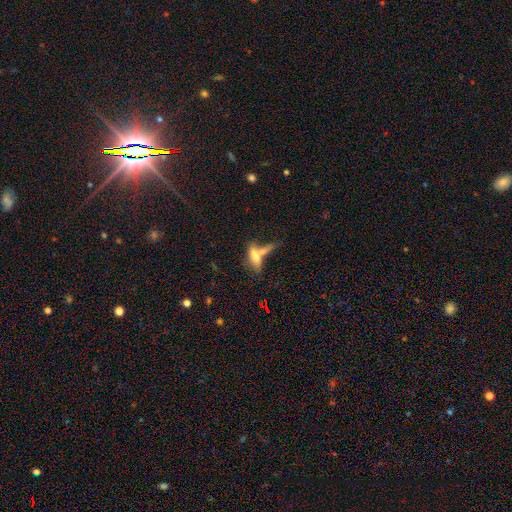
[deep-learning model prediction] smooth-or-featured: smooth: 60% | featured or disk: 30% | star or artifact: 10%
  how-rounded: cigar-shaped: 49% | in between: 47% | round: 3%
  merging: merger: 45% | none: 34% | minor disturbance: 12% | major disturbance: 9%